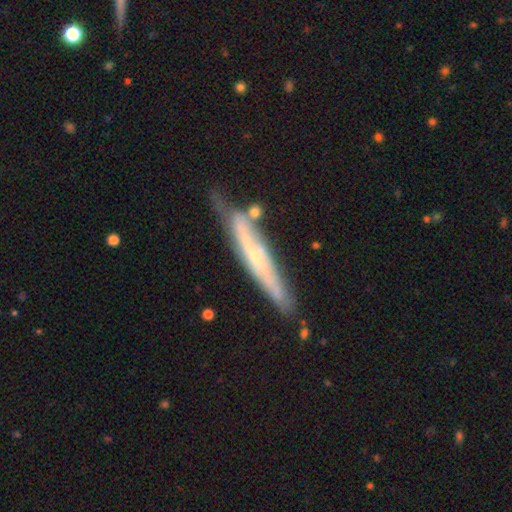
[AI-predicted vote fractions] The model was most divided on "edge-on bulge": rounded: 53%, none: 43%, boxy: 4%. More confident: edge-on disk — yes (79%); smooth or featured — featured or disk (67%); merging — none (67%).